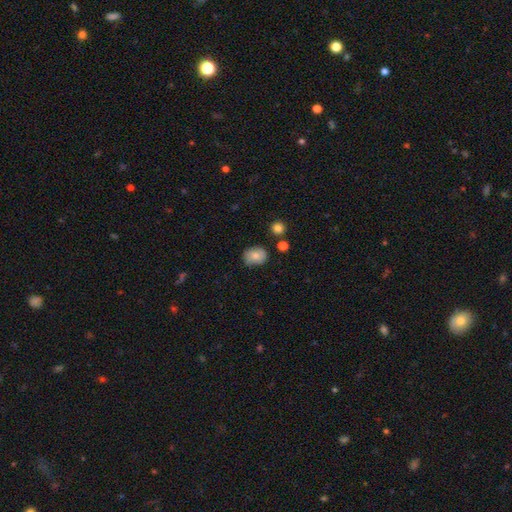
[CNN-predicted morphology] Smooth or featured: smooth — 76% (featured or disk — 15%)
How rounded: round — 52% (in between — 47%)
Merging: none — 74% (minor disturbance — 19%)